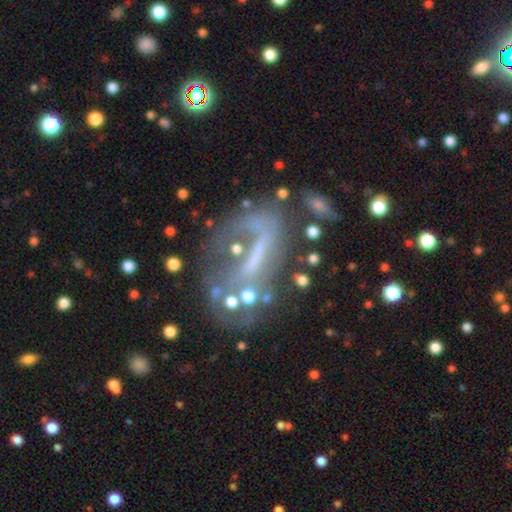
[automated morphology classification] smooth_or_featured: featured or disk (p=0.63) [alt: star or artifact p=0.20]
disk_edge_on: no (p=0.83) [alt: yes p=0.17]
bar: strong (p=0.43) [alt: no p=0.33]
has_spiral_arms: no (p=0.60) [alt: yes p=0.40]
bulge_size: none (p=0.54) [alt: small p=0.27]
merging: none (p=0.40) [alt: major disturbance p=0.29]